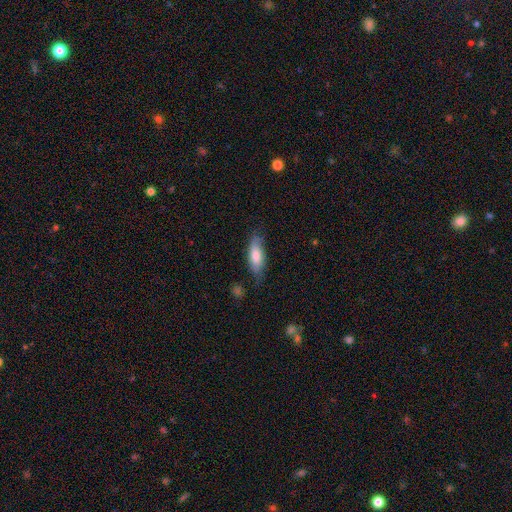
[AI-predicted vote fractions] This is likely a smooth galaxy (72%). How rounded: likely in between (66%). Merging: likely none (66%).